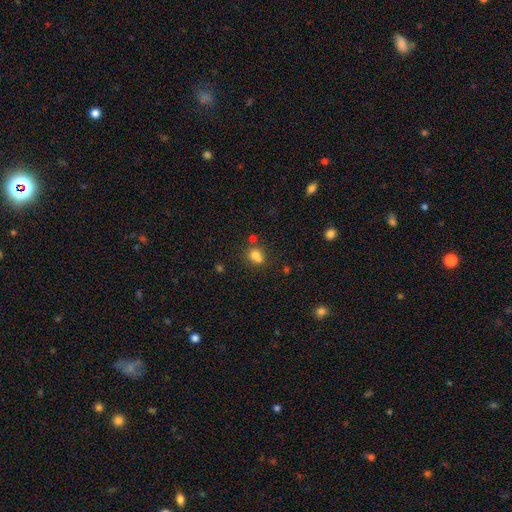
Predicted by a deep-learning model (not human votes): This is likely a smooth galaxy (76%). How rounded: likely round (62%). Merging: possibly none (48%).